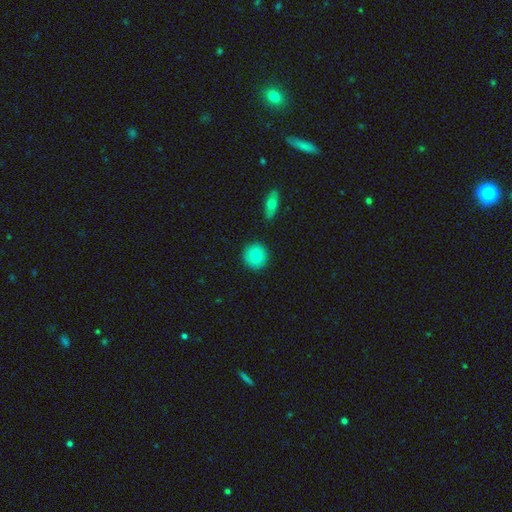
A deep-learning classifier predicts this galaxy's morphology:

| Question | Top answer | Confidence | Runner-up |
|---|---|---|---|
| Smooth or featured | smooth | 86% | star or artifact (7%) |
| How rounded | round | 92% | in between (7%) |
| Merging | none | 89% | minor disturbance (7%) |